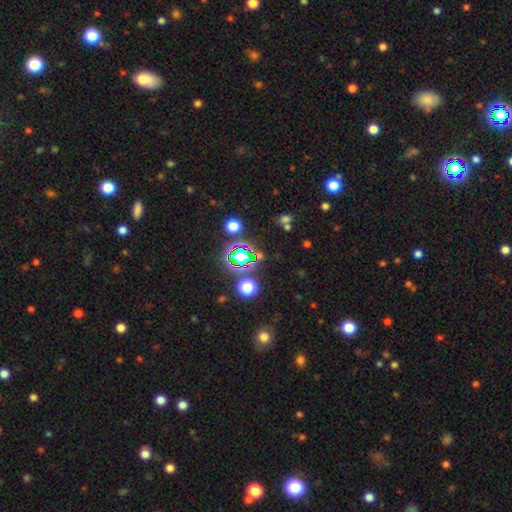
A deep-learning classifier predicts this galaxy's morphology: Smooth or featured? star or artifact (71%)